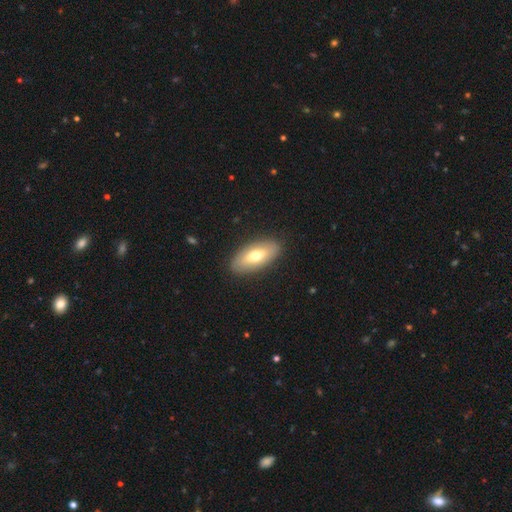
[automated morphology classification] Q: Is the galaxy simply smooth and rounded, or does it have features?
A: smooth — 64%.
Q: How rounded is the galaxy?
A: in between — 87%.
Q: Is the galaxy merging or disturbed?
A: none — 88%.